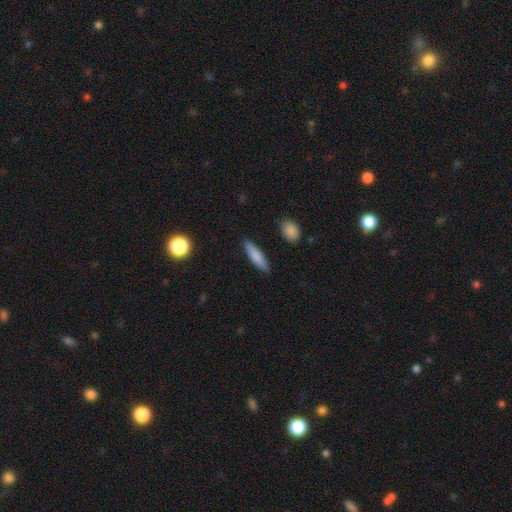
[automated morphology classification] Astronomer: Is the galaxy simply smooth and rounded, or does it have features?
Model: smooth — 81%.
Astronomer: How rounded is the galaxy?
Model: cigar-shaped — 71%.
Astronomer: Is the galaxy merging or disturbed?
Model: none — 89%.